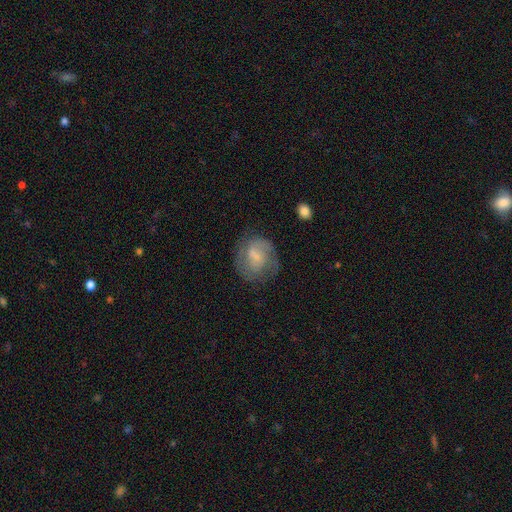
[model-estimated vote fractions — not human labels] This is possibly a featured or disk galaxy (57%). It is clearly not viewed edge-on (97%). Bar: possibly weak (51%). Spiral arm pattern: clearly yes (81%). Central bulge: possibly small (47%). Merging: likely none (61%).